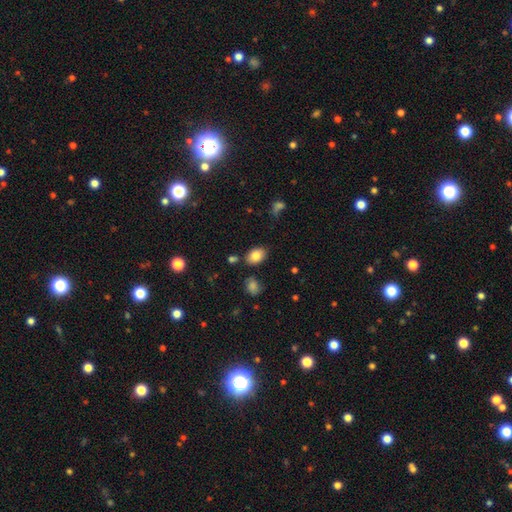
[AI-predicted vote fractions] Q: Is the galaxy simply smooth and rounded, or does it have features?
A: smooth — 84%.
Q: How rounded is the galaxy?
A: in between — 84%.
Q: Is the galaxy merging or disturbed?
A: none — 80%.